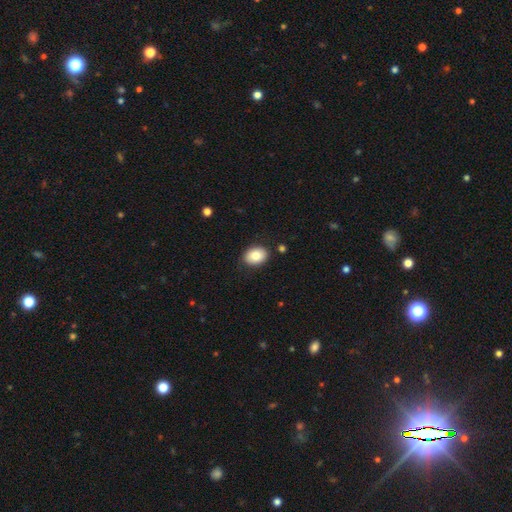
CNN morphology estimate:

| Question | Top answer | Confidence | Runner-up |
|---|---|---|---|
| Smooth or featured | smooth | 83% | featured or disk (9%) |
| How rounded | in between | 71% | round (28%) |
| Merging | none | 86% | minor disturbance (10%) |